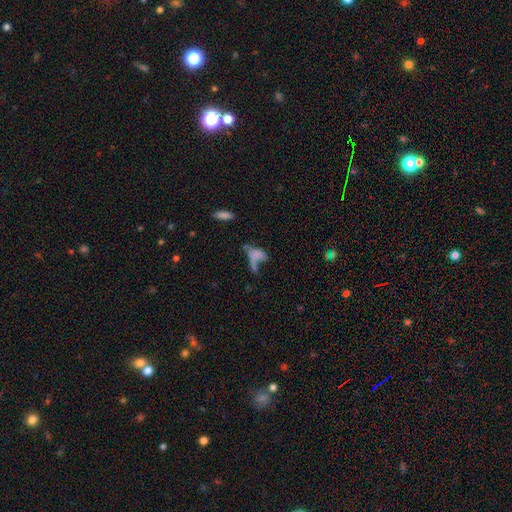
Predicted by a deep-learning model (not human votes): Smooth or featured? Predicted: smooth (p=0.58). How rounded? Predicted: in between (p=0.73). Merging? Predicted: merger (p=0.33).